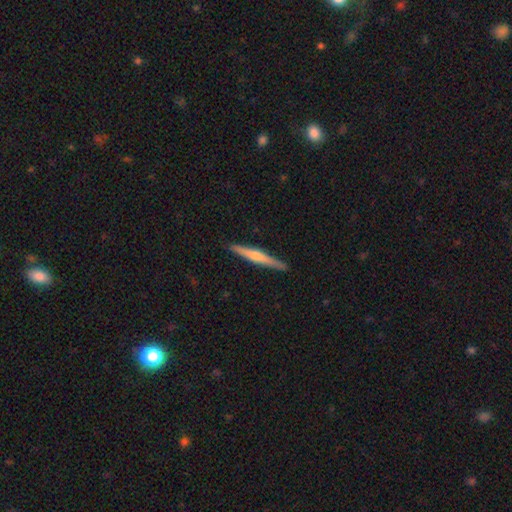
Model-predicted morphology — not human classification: smooth_or_featured: featured or disk (p=0.56) [alt: smooth p=0.38]
disk_edge_on: yes (p=0.97) [alt: no p=0.03]
edge_on_bulge: rounded (p=0.75) [alt: none p=0.18]
merging: none (p=0.90) [alt: minor disturbance p=0.08]